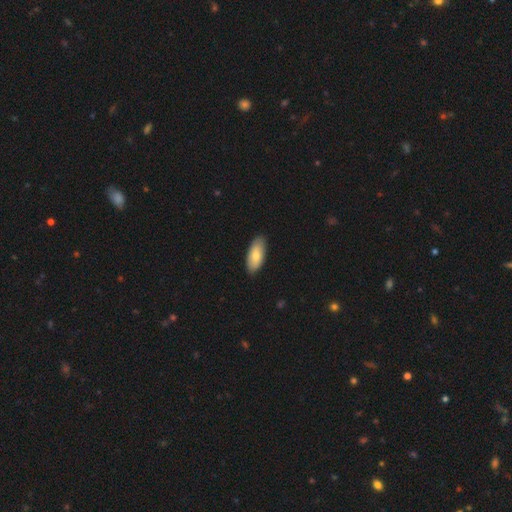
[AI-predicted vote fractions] Smooth or featured?
  - smooth: 79% *
  - featured or disk: 16%
  - star or artifact: 5%
How rounded?
  - in between: 88% *
  - cigar-shaped: 10%
  - round: 2%
Merging?
  - none: 87% *
  - minor disturbance: 11%
  - major disturbance: 2%
  - merger: 1%